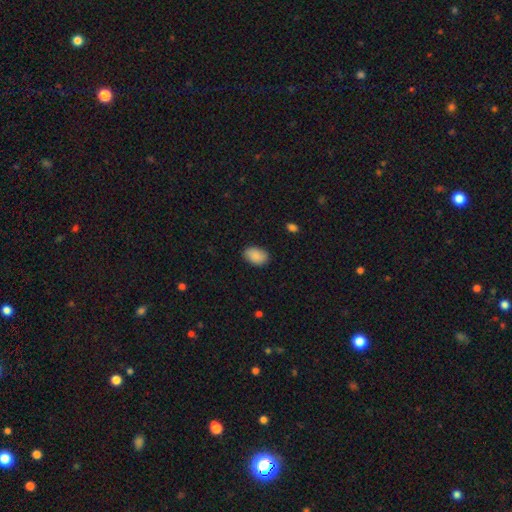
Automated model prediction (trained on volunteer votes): This appears to be a smooth galaxy with no disk features (90%) that is in between round and cigar-shaped (88%). Merging: none (86%).